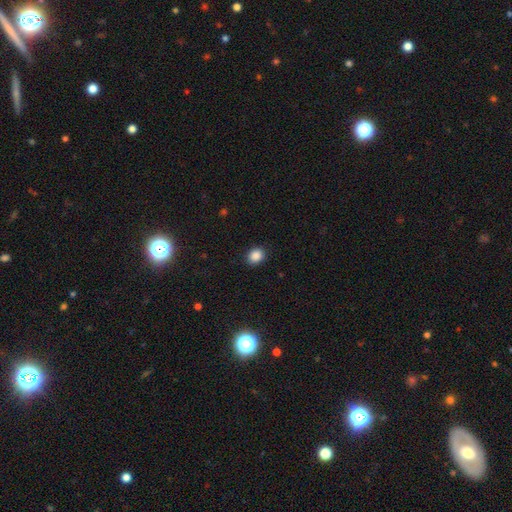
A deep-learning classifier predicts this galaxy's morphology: smooth_or_featured: smooth (p=0.87) [alt: star or artifact p=0.10]
how_rounded: round (p=0.56) [alt: in between p=0.43]
merging: none (p=0.89) [alt: minor disturbance p=0.08]